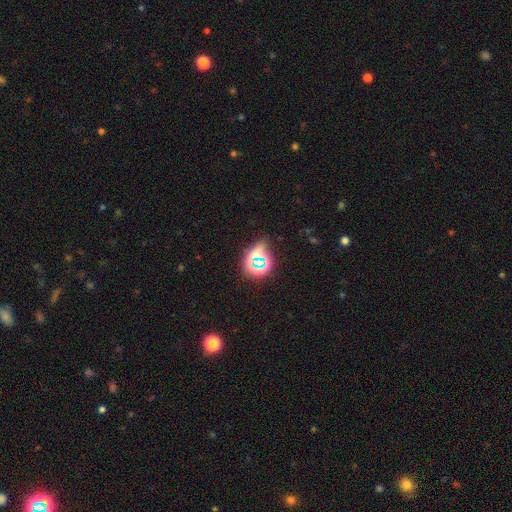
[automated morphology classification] Q: Smooth or featured?
A: star or artifact (62%); runner-up: smooth (28%)